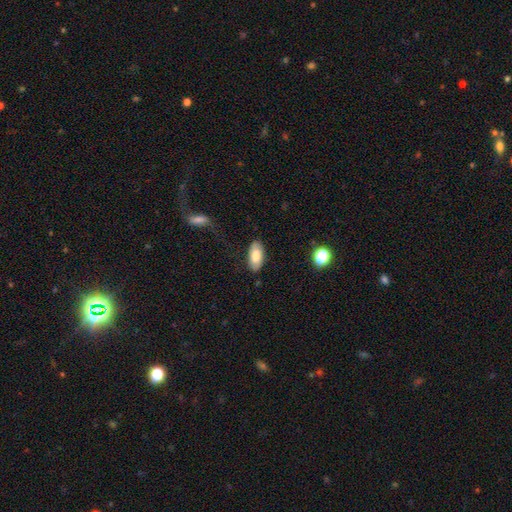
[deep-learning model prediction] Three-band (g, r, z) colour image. It shows a smooth galaxy with no disk features (77%) that is in between round and cigar-shaped (92%). Merging: none (81%).